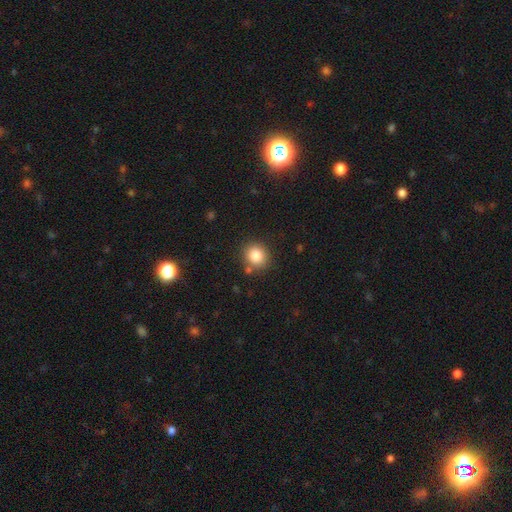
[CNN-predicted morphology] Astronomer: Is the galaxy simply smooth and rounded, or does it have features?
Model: smooth — 85%.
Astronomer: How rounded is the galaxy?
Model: round — 80%.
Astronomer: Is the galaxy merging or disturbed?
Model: none — 83%.